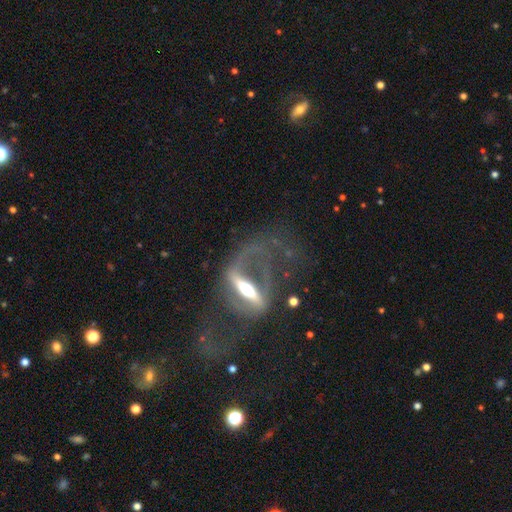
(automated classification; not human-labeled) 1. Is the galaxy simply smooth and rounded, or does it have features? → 82% featured or disk, 10% smooth, 8% star or artifact.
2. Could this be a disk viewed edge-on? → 76% no, 24% yes.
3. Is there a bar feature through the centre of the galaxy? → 63% strong, 24% weak, 13% no.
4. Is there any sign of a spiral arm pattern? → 74% yes, 26% no.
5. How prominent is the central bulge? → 57% moderate, 25% small, 12% large, 4% none, 2% dominant.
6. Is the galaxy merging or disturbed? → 45% major disturbance, 36% none, 14% minor disturbance, 6% merger.